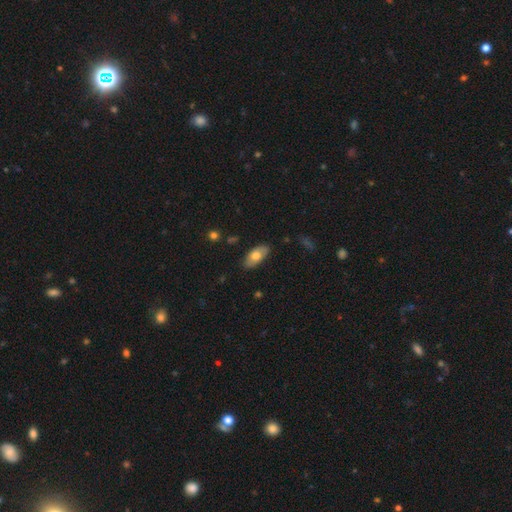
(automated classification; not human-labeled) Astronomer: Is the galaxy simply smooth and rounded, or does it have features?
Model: smooth — 68%.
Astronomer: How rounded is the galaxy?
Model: in between — 91%.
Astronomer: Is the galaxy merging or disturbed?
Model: none — 84%.